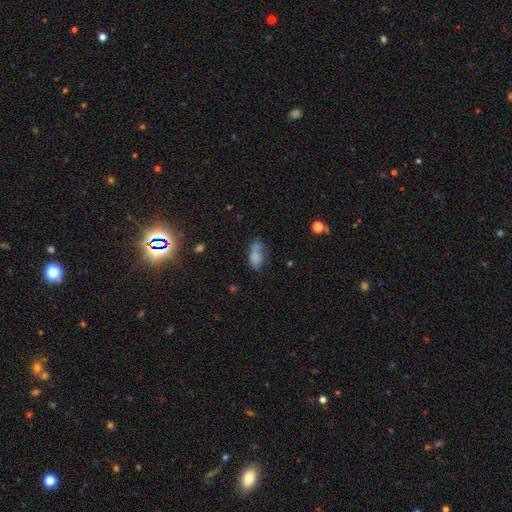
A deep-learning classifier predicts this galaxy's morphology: smooth-or-featured: smooth: 76% | featured or disk: 13% | star or artifact: 11%
  how-rounded: in between: 84% | cigar-shaped: 11% | round: 5%
  merging: none: 43% | minor disturbance: 29% | major disturbance: 15% | merger: 12%